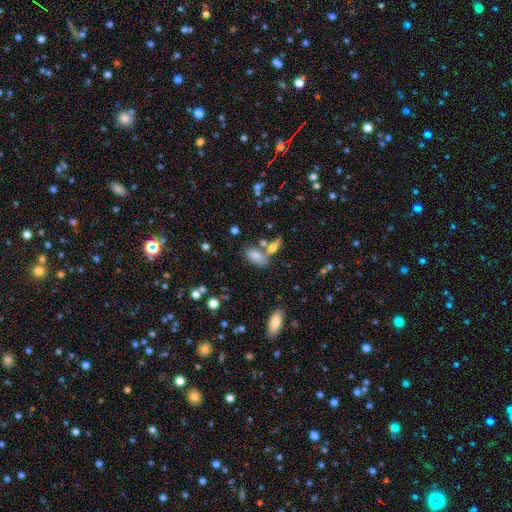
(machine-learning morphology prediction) Smooth or featured: smooth — 79% (featured or disk — 12%)
How rounded: in between — 87% (cigar-shaped — 9%)
Merging: none — 52% (merger — 27%)